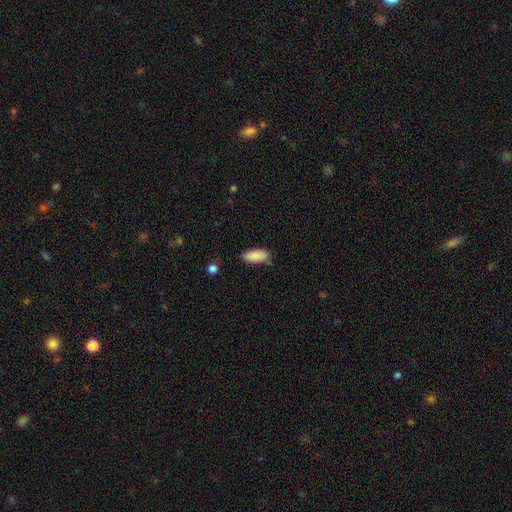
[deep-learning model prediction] A smooth galaxy with no disk features (90%) that is in between round and cigar-shaped (80%).

Vote fractions:
- Smooth or featured? smooth: 90% / star or artifact: 6% / featured or disk: 4%
- How rounded? in between: 80% / cigar-shaped: 18% / round: 2%
- Merging? none: 81% / minor disturbance: 13% / merger: 3% / major disturbance: 3%